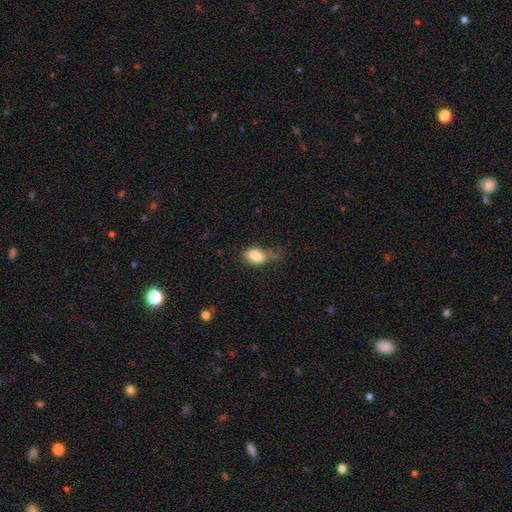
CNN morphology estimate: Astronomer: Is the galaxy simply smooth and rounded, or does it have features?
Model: smooth — 83%.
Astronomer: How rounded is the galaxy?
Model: in between — 87%.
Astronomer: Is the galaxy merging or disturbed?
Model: none — 48% (runner-up: minor disturbance, 31%).